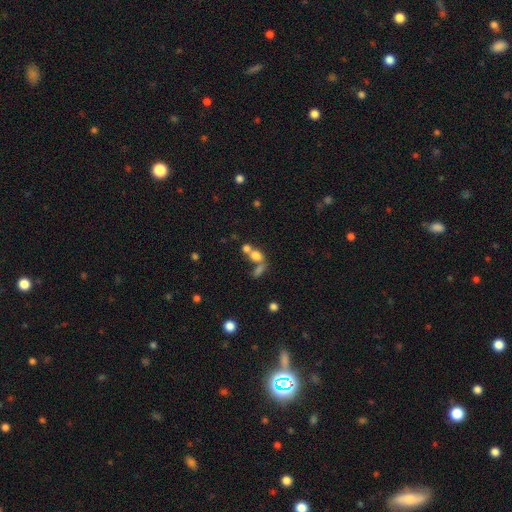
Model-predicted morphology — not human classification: smooth 71%, featured or disk 15%, star or artifact 14%. Down the decision tree: how rounded — in between (57%); merging — merger (56%).